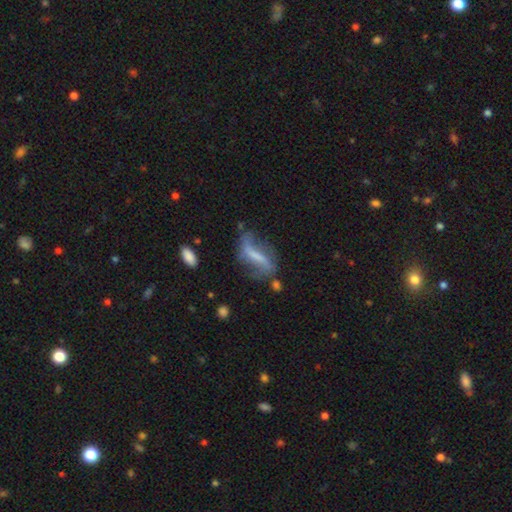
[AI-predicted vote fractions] Overall: featured or disk (63%; smooth 28%). Edge-on disk: no (85%). Bar: strong (52%; weak 29%). Spiral arms: yes (75%). Bulge size: none (45%; small 29%). Merging: none (48%; minor disturbance 25%).